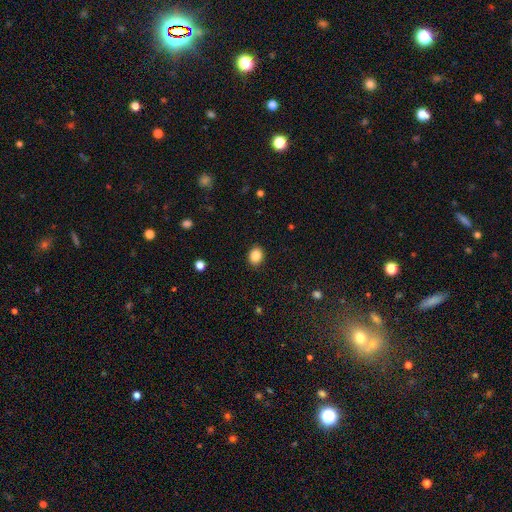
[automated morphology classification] Smooth or featured? Predicted: smooth (p=0.86). How rounded? Predicted: round (p=0.55). Merging? Predicted: none (p=0.90).